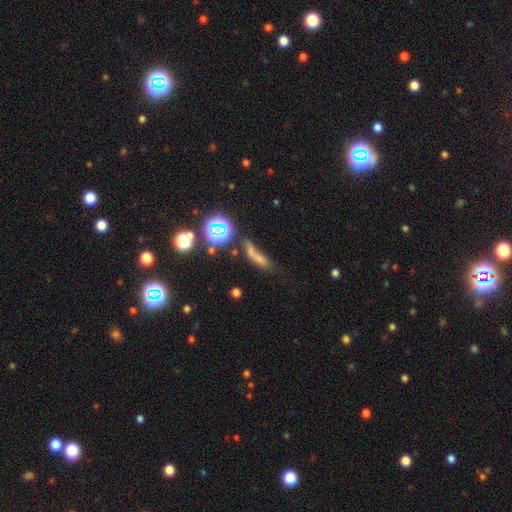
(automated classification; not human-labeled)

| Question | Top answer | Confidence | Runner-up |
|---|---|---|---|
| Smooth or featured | smooth | 49% | star or artifact (31%) |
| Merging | none | 37% | merger (27%) |